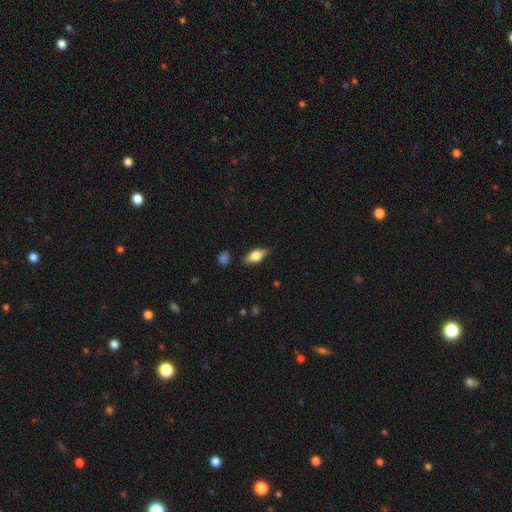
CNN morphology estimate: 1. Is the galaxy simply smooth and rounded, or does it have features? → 59% smooth, 33% featured or disk, 7% star or artifact.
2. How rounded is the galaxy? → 76% in between, 20% cigar-shaped, 4% round.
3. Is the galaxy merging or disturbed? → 81% none, 14% minor disturbance, 3% major disturbance, 2% merger.